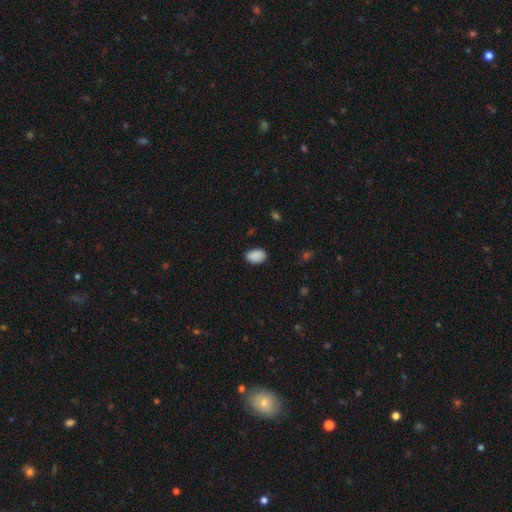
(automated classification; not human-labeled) smooth 90%, star or artifact 7%, featured or disk 3%. Down the decision tree: how rounded — in between (83%); merging — none (84%).